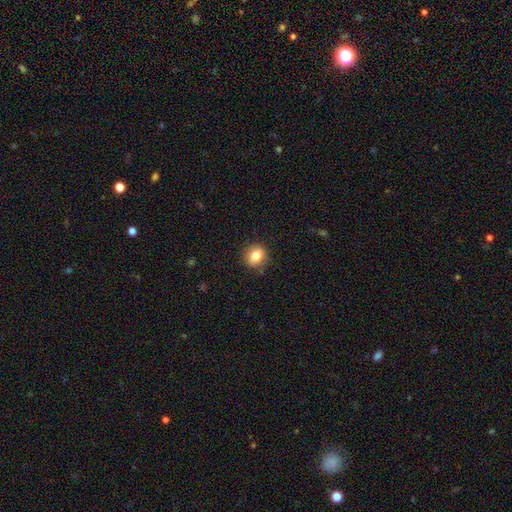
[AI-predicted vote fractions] Smooth or featured?
  - smooth: 82% *
  - star or artifact: 10%
  - featured or disk: 8%
How rounded?
  - round: 78% *
  - in between: 21%
  - cigar-shaped: 1%
Merging?
  - none: 88% *
  - minor disturbance: 9%
  - major disturbance: 2%
  - merger: 1%